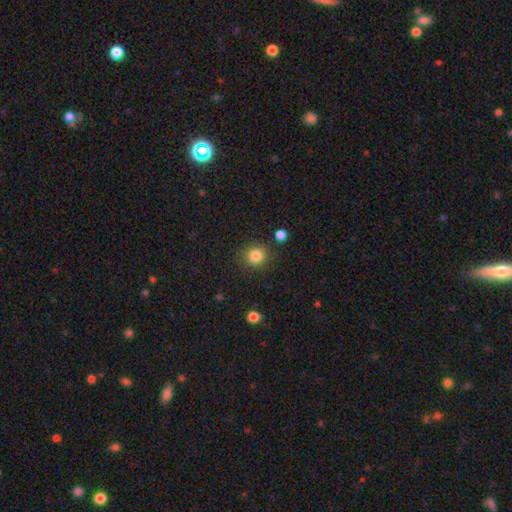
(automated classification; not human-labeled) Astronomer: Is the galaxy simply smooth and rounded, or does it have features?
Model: smooth — 85%.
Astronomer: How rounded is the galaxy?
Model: round — 89%.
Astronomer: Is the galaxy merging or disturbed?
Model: none — 86%.